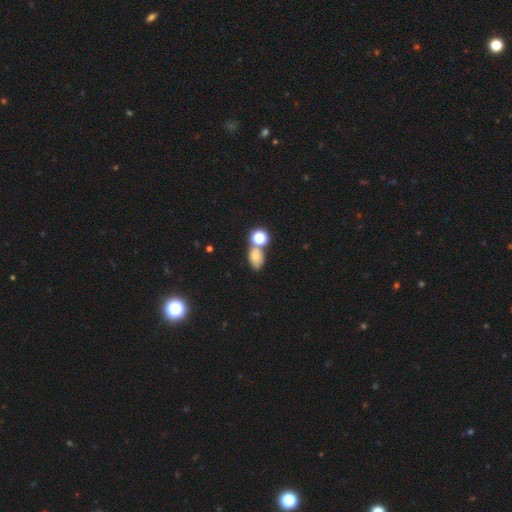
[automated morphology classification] type=smooth (69%); roundness=in between (76%); merging=none (53%).